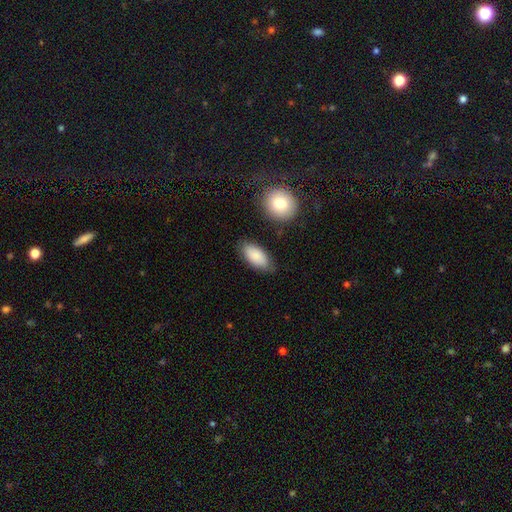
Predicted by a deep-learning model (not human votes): Q: Smooth or featured?
A: smooth (86%); runner-up: featured or disk (8%)
Q: How rounded?
A: in between (92%); runner-up: cigar-shaped (6%)
Q: Merging?
A: none (75%); runner-up: minor disturbance (17%)